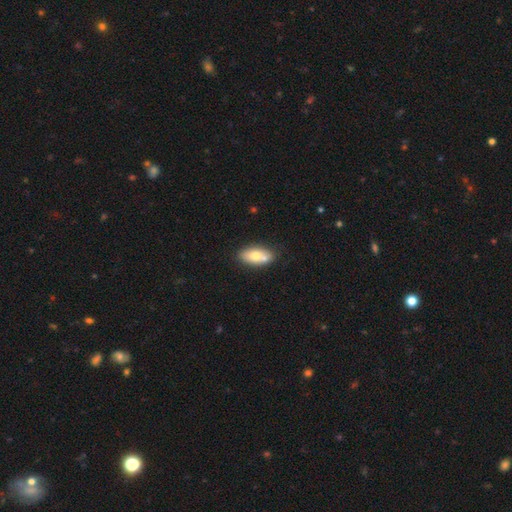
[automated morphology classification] Smooth or featured? smooth (69%)
How rounded? in between (88%)
Merging? none (60%)